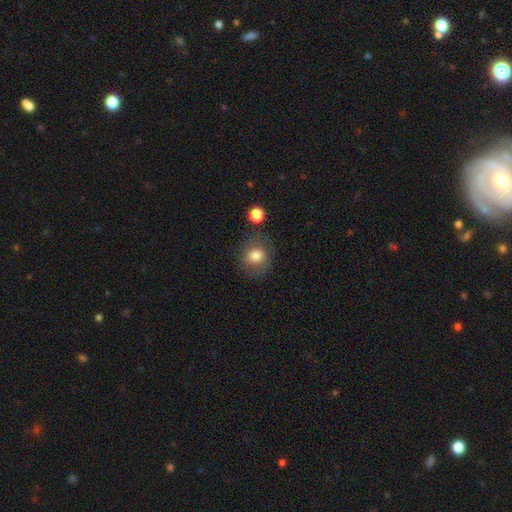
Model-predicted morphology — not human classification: This appears to be a smooth galaxy with no disk features (79%) that is round (71%). Merging: none (72%).